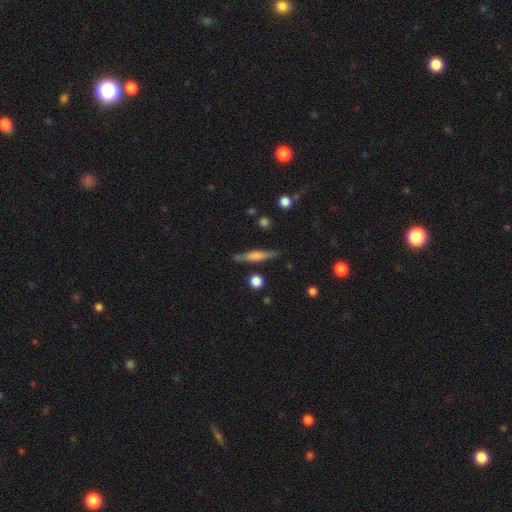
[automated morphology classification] smooth_or_featured: featured or disk (p=0.49) [alt: smooth p=0.43]
merging: none (p=0.82) [alt: minor disturbance p=0.12]